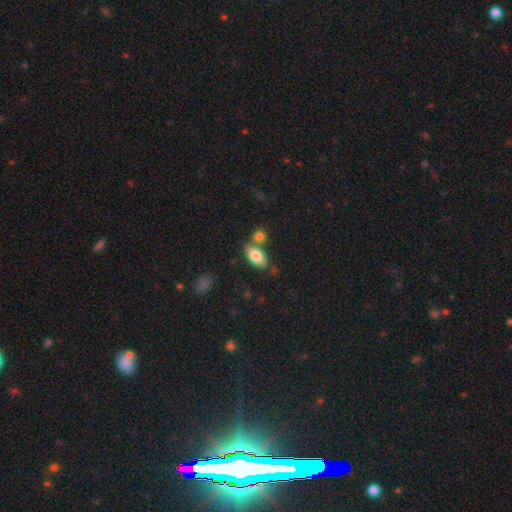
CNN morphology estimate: Overall: smooth (81%). How rounded: in between (90%). Merging: none (65%).